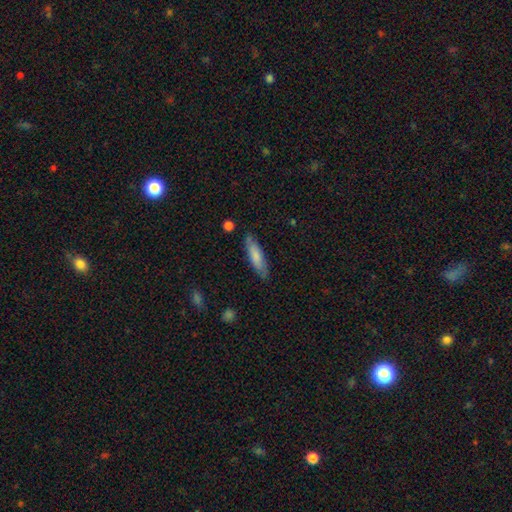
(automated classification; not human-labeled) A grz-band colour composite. It shows a smooth galaxy with no disk features (73%) that is cigar-shaped (64%). Merging: none (81%).